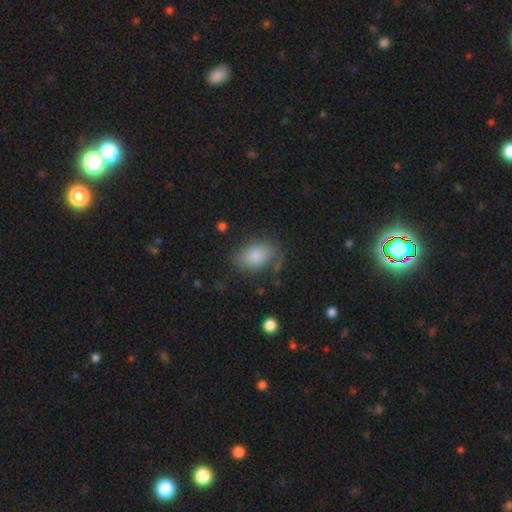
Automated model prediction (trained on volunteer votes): This is clearly a smooth galaxy (83%). How rounded: clearly in between (86%). Merging: likely none (69%).